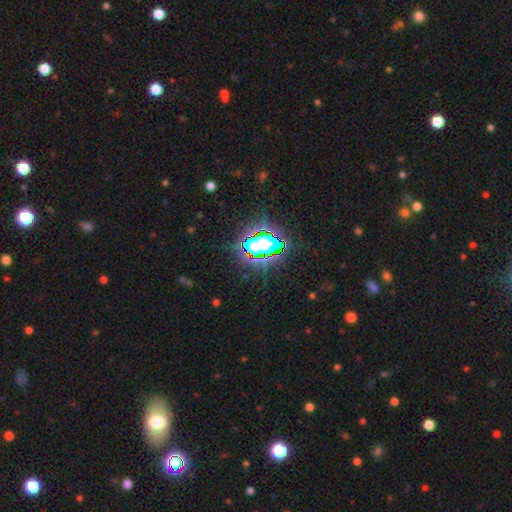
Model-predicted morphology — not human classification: smooth-or-featured: star or artifact: 81% | smooth: 11% | featured or disk: 7%